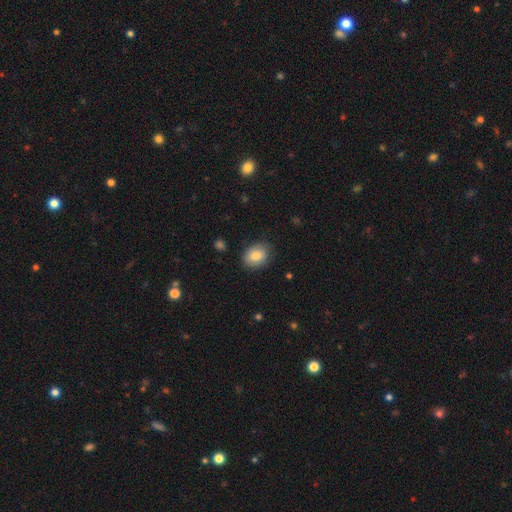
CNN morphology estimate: Smooth or featured? Predicted: smooth (p=0.80). How rounded? Predicted: in between (p=0.64). Merging? Predicted: none (p=0.82).